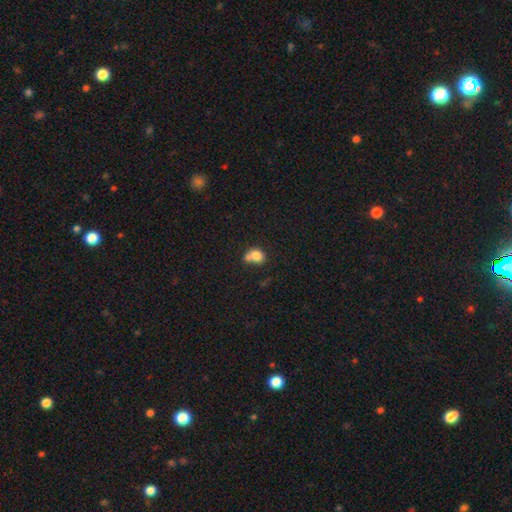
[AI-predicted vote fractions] smooth_or_featured: smooth (p=0.78) [alt: featured or disk p=0.12]
how_rounded: round (p=0.54) [alt: in between p=0.45]
merging: merger (p=0.37) [alt: none p=0.36]